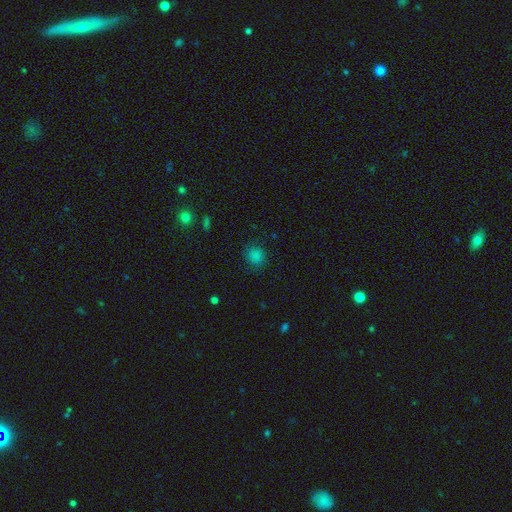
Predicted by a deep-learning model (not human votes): A smooth galaxy with no disk features (82%) that is round (84%).

Vote fractions:
- Smooth or featured? smooth: 82% / star or artifact: 14% / featured or disk: 4%
- How rounded? round: 84% / in between: 15% / cigar-shaped: 1%
- Merging? none: 84% / minor disturbance: 11% / major disturbance: 4% / merger: 1%